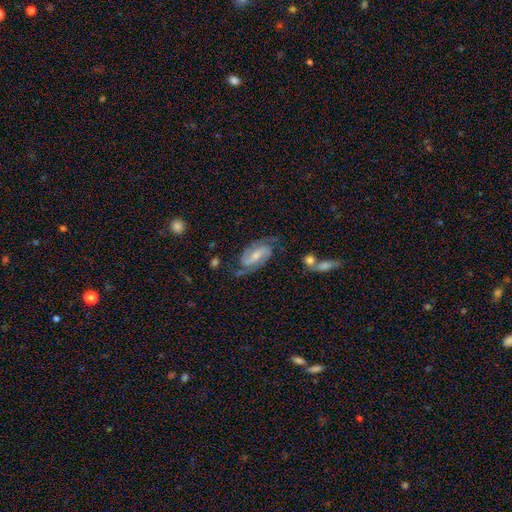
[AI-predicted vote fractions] Smooth or featured?
  - featured or disk: 85% *
  - smooth: 10%
  - star or artifact: 6%
Edge-on disk?
  - no: 96% *
  - yes: 4%
Bar?
  - weak: 44% *
  - strong: 31%
  - no: 25%
Spiral arms?
  - yes: 97% *
  - no: 3%
Spiral winding?
  - medium: 50% *
  - tight: 32%
  - loose: 18%
Spiral arm count?
  - 2: 90% *
  - can't tell: 4%
  - 3: 2%
  - 1: 2%
  - 4: 1%
  - more than 4: 1%
Bulge size?
  - small: 46% *
  - moderate: 43%
  - none: 5%
  - large: 4%
  - dominant: 1%
Merging?
  - none: 73% *
  - minor disturbance: 17%
  - major disturbance: 7%
  - merger: 3%